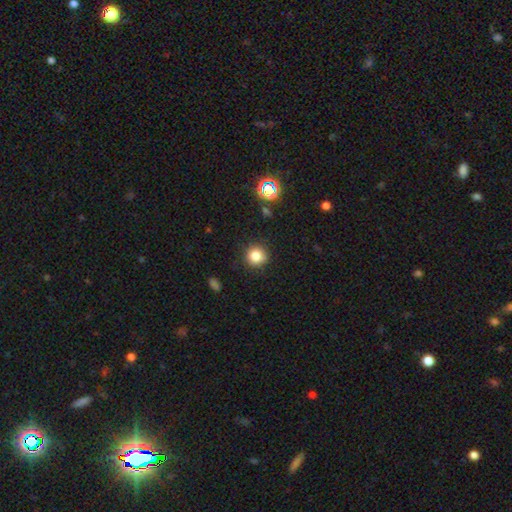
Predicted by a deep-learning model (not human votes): The model was most divided on "smooth or featured": smooth: 81%, star or artifact: 13%, featured or disk: 6%. More confident: how rounded — round (92%); merging — none (88%).